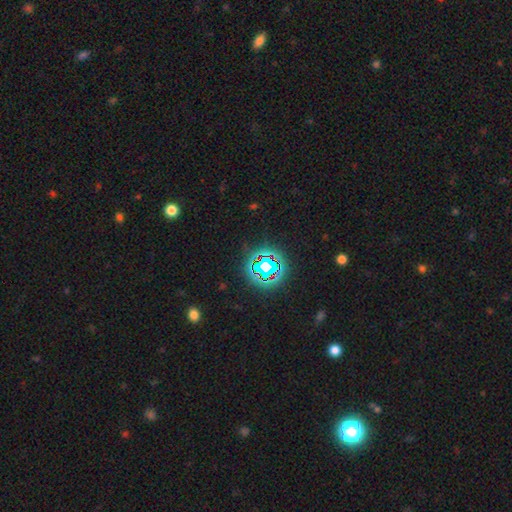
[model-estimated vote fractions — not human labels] This is clearly a star or artifact rather than a galaxy (80%).